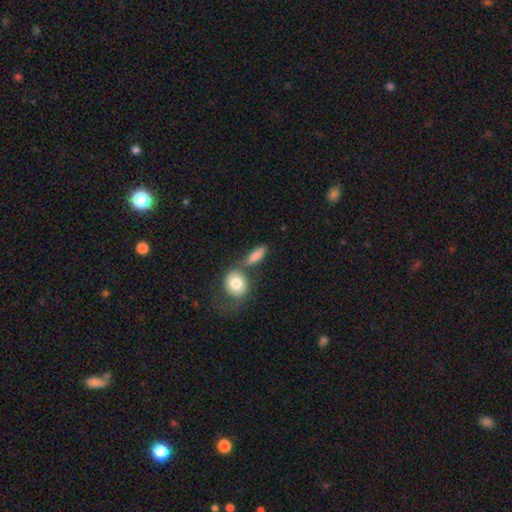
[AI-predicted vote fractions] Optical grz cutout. It shows a smooth galaxy with no disk features (82%) that is in between round and cigar-shaped (65%). Merging: none (50%).